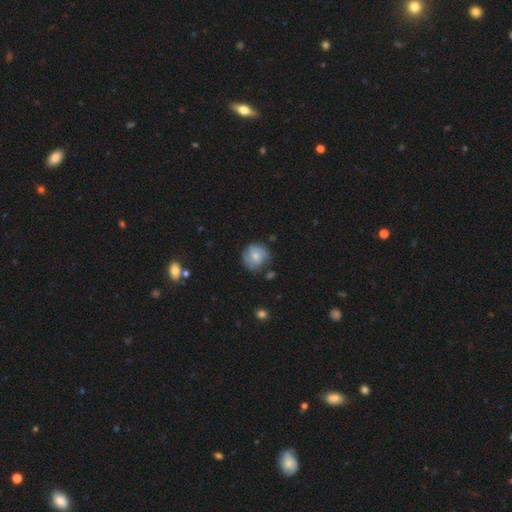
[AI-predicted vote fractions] Smooth or featured? Predicted: smooth (p=0.52). How rounded? Predicted: round (p=0.87). Merging? Predicted: none (p=0.68).